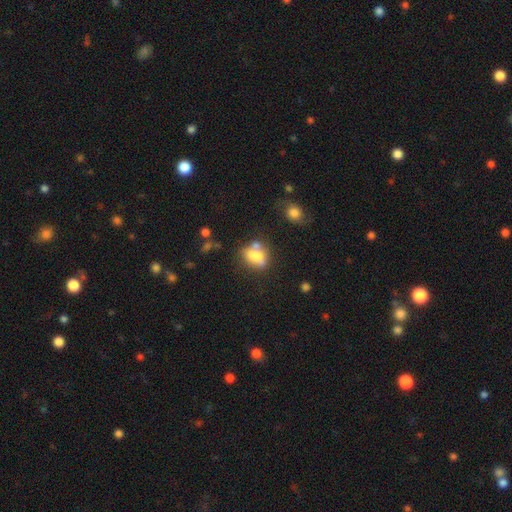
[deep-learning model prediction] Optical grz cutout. It shows a smooth galaxy with no disk features (62%) that is in between round and cigar-shaped (65%). Merging: none (41%).